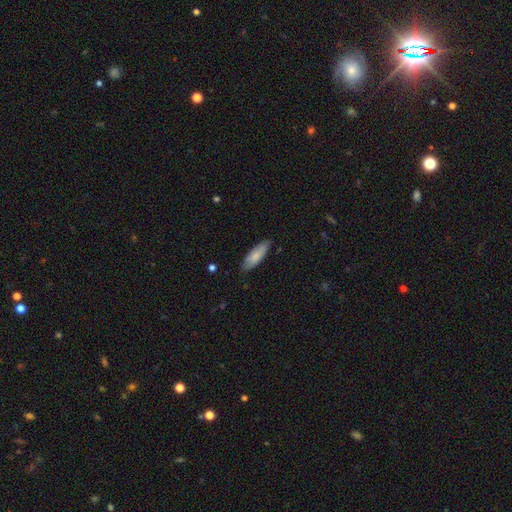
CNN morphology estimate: Smooth or featured? Predicted: smooth (p=0.81). How rounded? Predicted: in between (p=0.59). Merging? Predicted: none (p=0.82).